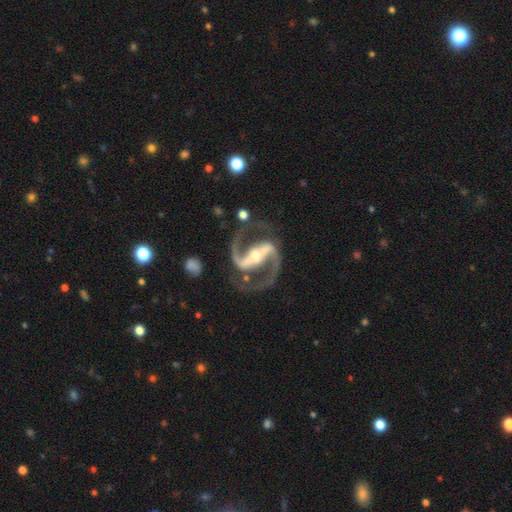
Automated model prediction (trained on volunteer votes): This is clearly a featured or disk galaxy (94%). It is clearly not viewed edge-on (98%). Bar: likely strong (77%). Spiral arm pattern: clearly yes (98%). Spiral arm count: clearly 2 (95%). Spiral winding: likely medium (68%). Central bulge: possibly moderate (54%). Merging: clearly none (81%).